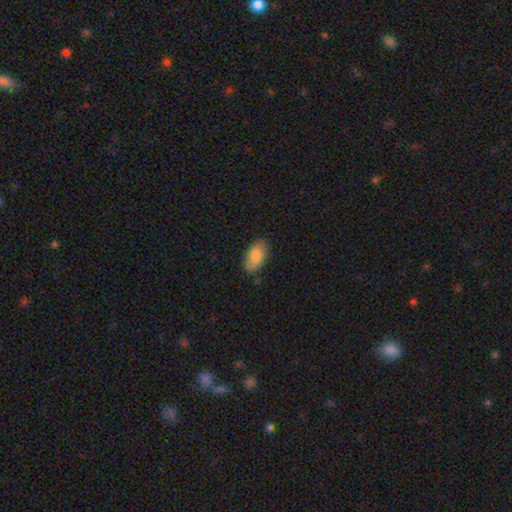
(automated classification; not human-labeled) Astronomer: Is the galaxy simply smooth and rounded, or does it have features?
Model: smooth — 81%.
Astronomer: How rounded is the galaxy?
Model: in between — 94%.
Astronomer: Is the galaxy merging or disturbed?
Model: none — 80%.